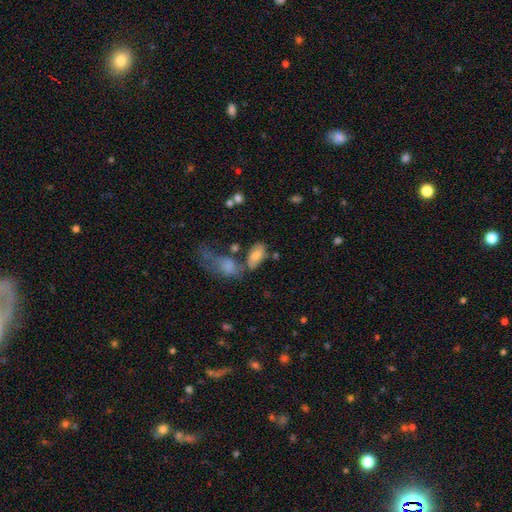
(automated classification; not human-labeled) smooth_or_featured: smooth (p=0.67) [alt: featured or disk p=0.23]
how_rounded: in between (p=0.90) [alt: round p=0.05]
merging: none (p=0.46) [alt: merger p=0.24]